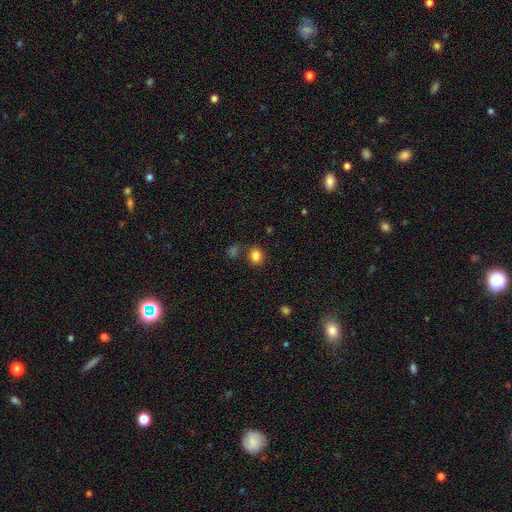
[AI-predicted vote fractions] smooth 84%, star or artifact 11%, featured or disk 5%. Down the decision tree: how rounded — round (61%); merging — none (81%).